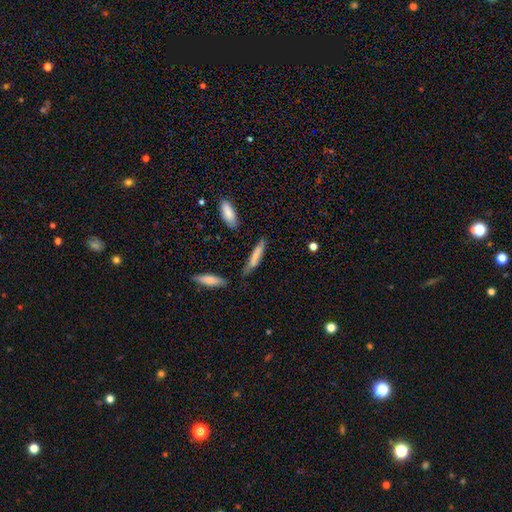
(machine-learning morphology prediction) The model was most divided on "merging": none: 69%, minor disturbance: 21%, merger: 6%, major disturbance: 5%. More confident: how rounded — cigar-shaped (83%); smooth or featured — smooth (73%).